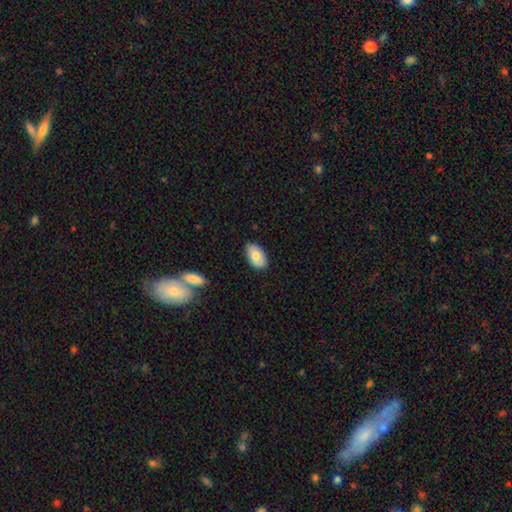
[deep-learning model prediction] The model was most divided on "smooth or featured": smooth: 76%, featured or disk: 18%, star or artifact: 6%. More confident: how rounded — in between (93%); merging — none (83%).